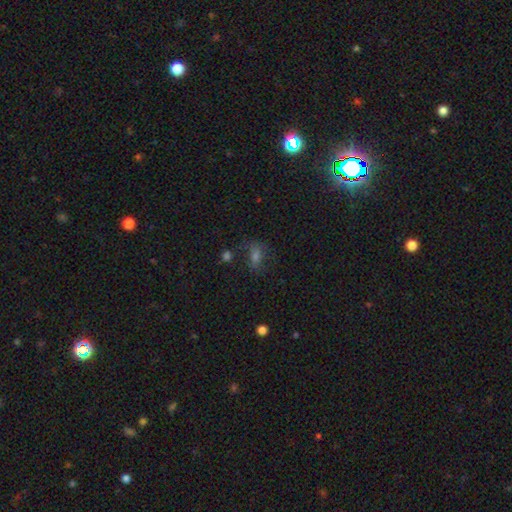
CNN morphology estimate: A smooth galaxy with no disk features (46%).

Vote fractions:
- Smooth or featured? smooth: 46% / star or artifact: 35% / featured or disk: 19%
- Merging? none: 62% / minor disturbance: 19% / major disturbance: 13% / merger: 6%